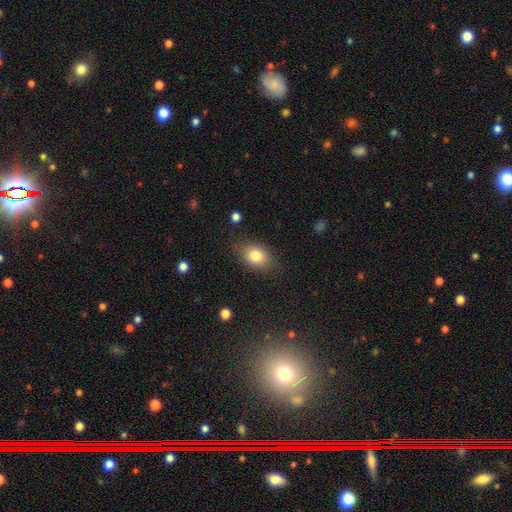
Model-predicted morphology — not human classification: Smooth or featured: smooth — 80% (featured or disk — 10%)
How rounded: in between — 73% (round — 26%)
Merging: none — 78% (minor disturbance — 16%)